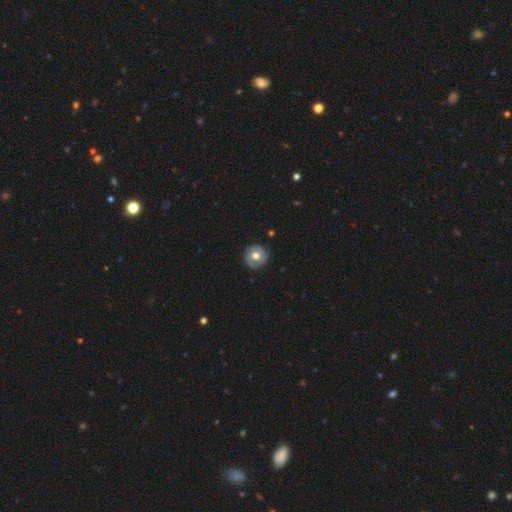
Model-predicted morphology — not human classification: smooth_or_featured: smooth (p=0.55) [alt: featured or disk p=0.37]
how_rounded: round (p=0.92) [alt: in between p=0.07]
merging: none (p=0.86) [alt: minor disturbance p=0.11]